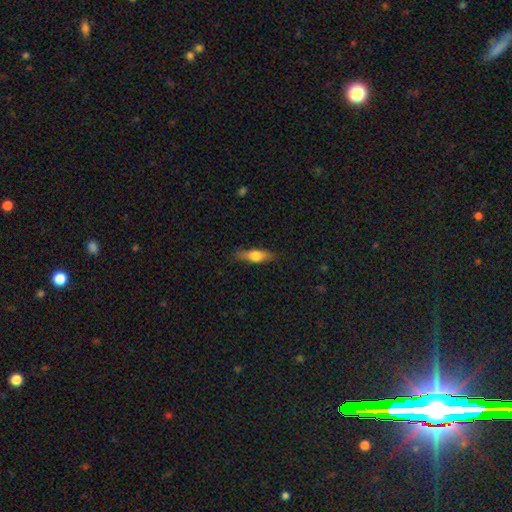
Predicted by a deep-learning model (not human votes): smooth-or-featured: smooth: 62% | featured or disk: 32% | star or artifact: 7%
  how-rounded: cigar-shaped: 52% | in between: 45% | round: 3%
  merging: none: 83% | minor disturbance: 13% | major disturbance: 3% | merger: 1%